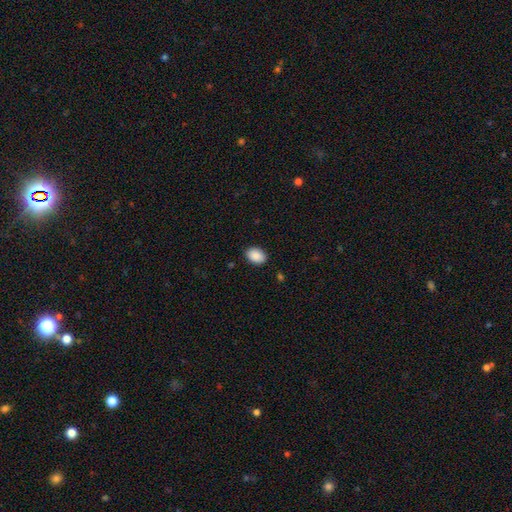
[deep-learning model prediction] Morphology: type=smooth (90%); roundness=in between (80%); merging=none (88%).